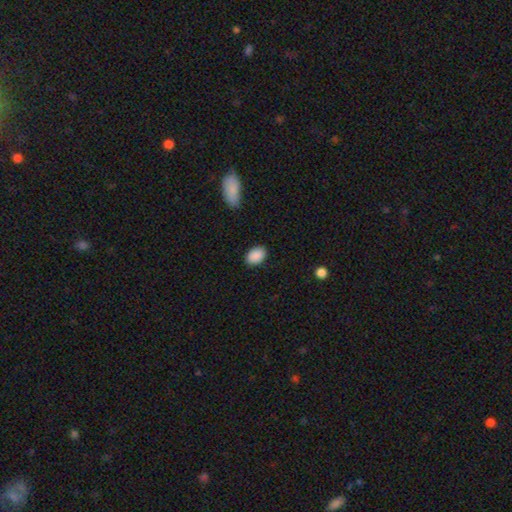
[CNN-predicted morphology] smooth_or_featured: smooth (p=0.90) [alt: star or artifact p=0.07]
how_rounded: in between (p=0.85) [alt: round p=0.14]
merging: none (p=0.88) [alt: minor disturbance p=0.09]